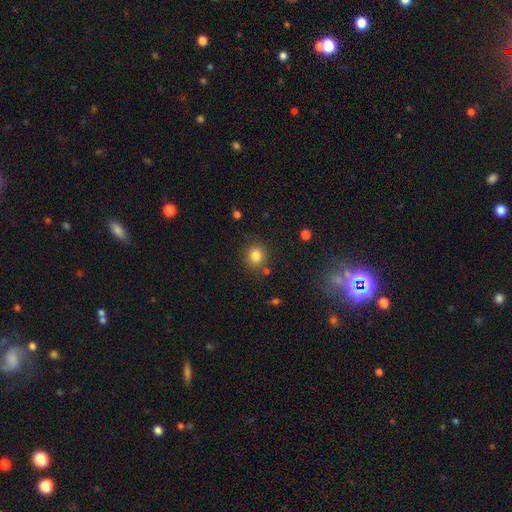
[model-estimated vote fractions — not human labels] Q: Smooth or featured?
A: smooth (81%); runner-up: star or artifact (12%)
Q: How rounded?
A: round (86%); runner-up: in between (13%)
Q: Merging?
A: none (84%); runner-up: minor disturbance (9%)